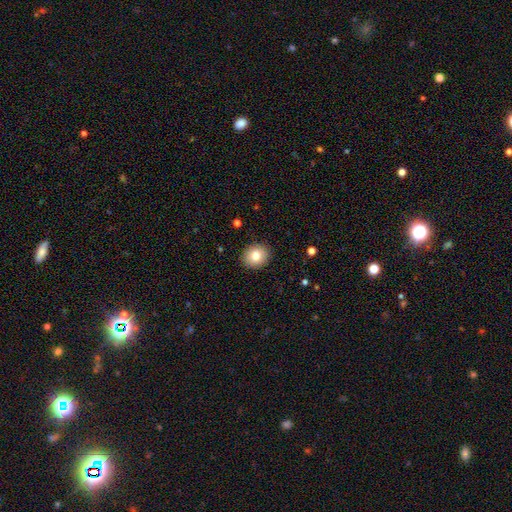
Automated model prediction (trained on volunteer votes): Q: Smooth or featured?
A: smooth (80%); runner-up: featured or disk (11%)
Q: How rounded?
A: round (69%); runner-up: in between (30%)
Q: Merging?
A: none (91%); runner-up: minor disturbance (6%)